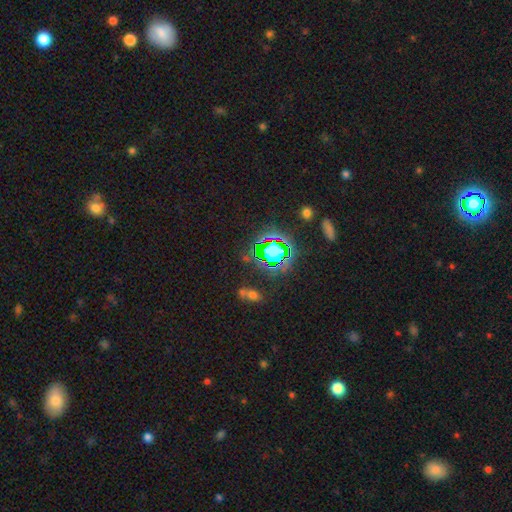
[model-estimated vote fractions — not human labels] smooth-or-featured: star or artifact: 80% | smooth: 13% | featured or disk: 8%